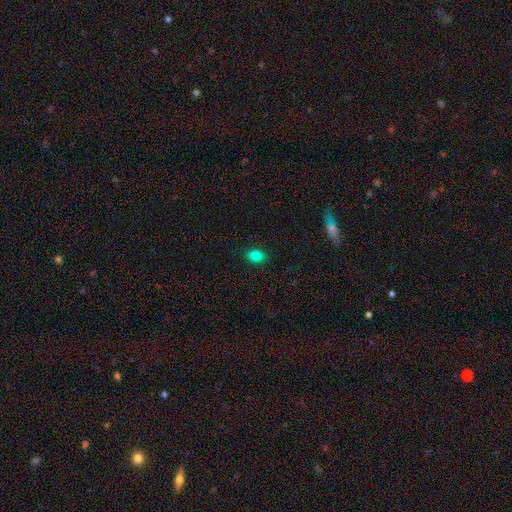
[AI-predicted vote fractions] Morphology: type=smooth (83%); roundness=in between (78%); merging=none (88%).